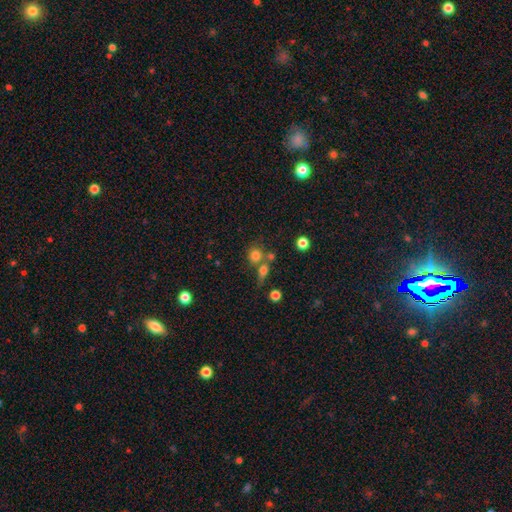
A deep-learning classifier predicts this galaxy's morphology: Smooth or featured?
  - smooth: 76% *
  - star or artifact: 13%
  - featured or disk: 11%
How rounded?
  - round: 82% *
  - in between: 17%
  - cigar-shaped: 2%
Merging?
  - none: 48% *
  - merger: 37%
  - minor disturbance: 9%
  - major disturbance: 5%